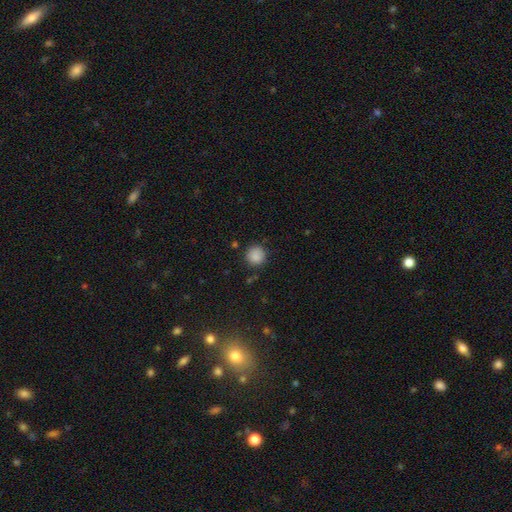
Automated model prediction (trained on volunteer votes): This is clearly a smooth galaxy (86%). How rounded: clearly round (93%). Merging: clearly none (85%).